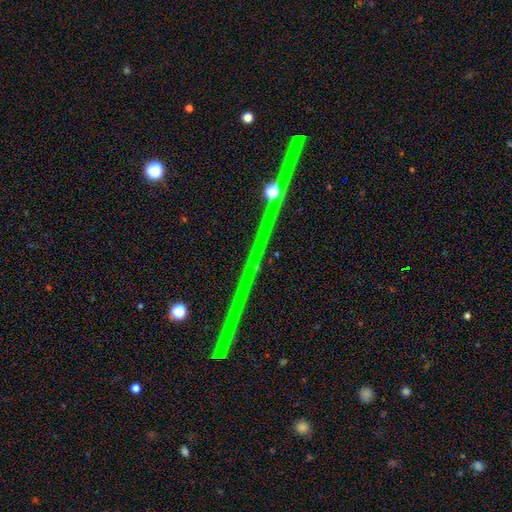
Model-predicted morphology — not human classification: A star or artifact, not a galaxy (53%).

Vote fractions:
- Smooth or featured? star or artifact: 53% / featured or disk: 37% / smooth: 10%